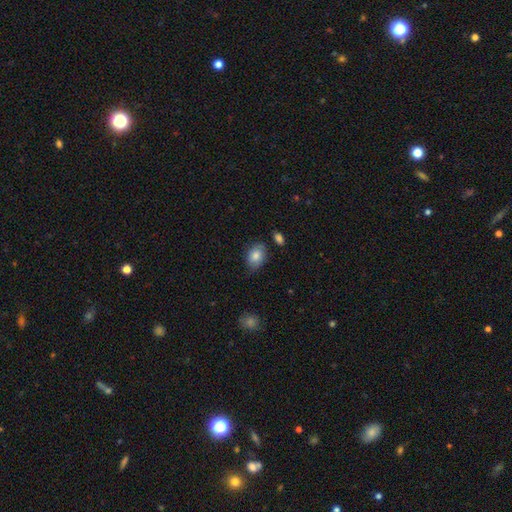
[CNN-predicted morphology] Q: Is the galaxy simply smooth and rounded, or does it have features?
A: smooth — 81%.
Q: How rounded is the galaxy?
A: in between — 80%.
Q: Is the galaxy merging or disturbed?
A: none — 73%.